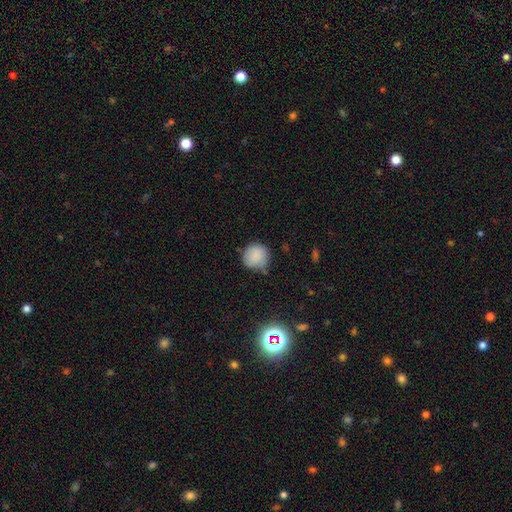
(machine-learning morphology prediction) Smooth or featured?
  - smooth: 86% *
  - star or artifact: 9%
  - featured or disk: 6%
How rounded?
  - round: 90% *
  - in between: 9%
  - cigar-shaped: 1%
Merging?
  - none: 68% *
  - minor disturbance: 24%
  - major disturbance: 5%
  - merger: 3%